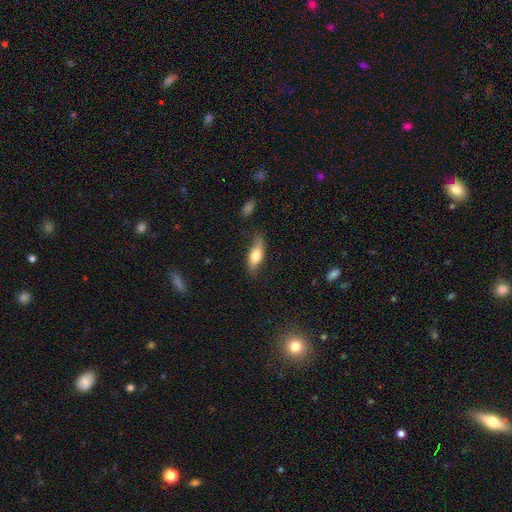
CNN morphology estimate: type=smooth (64%); roundness=in between (66%); merging=none (68%).